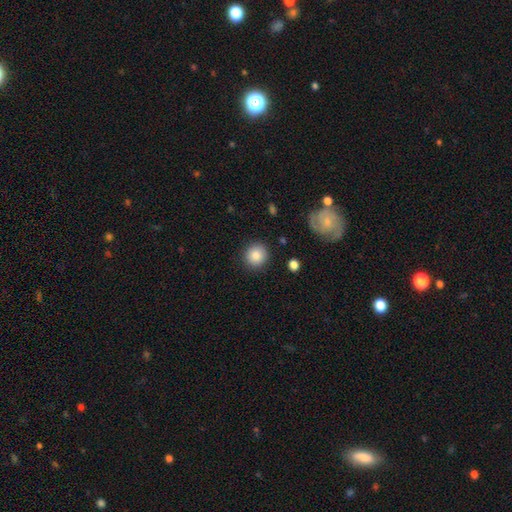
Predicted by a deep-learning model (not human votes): A smooth galaxy with no disk features (85%) that is round (92%).

Vote fractions:
- Smooth or featured? smooth: 85% / star or artifact: 9% / featured or disk: 6%
- How rounded? round: 92% / in between: 8% / cigar-shaped: 1%
- Merging? none: 89% / minor disturbance: 7% / major disturbance: 2% / merger: 1%